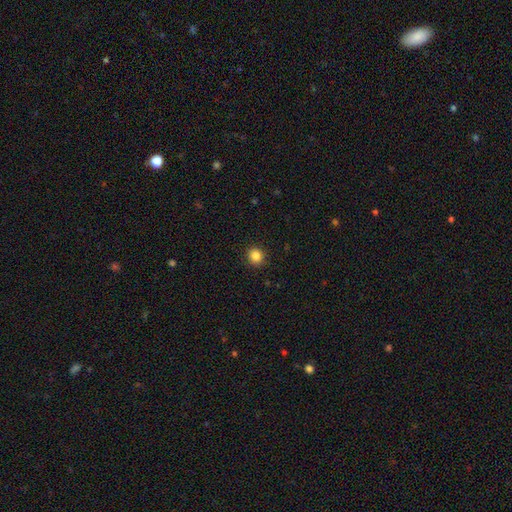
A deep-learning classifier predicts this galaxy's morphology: smooth_or_featured: smooth (p=0.85) [alt: star or artifact p=0.11]
how_rounded: round (p=0.90) [alt: in between p=0.09]
merging: none (p=0.92) [alt: minor disturbance p=0.05]